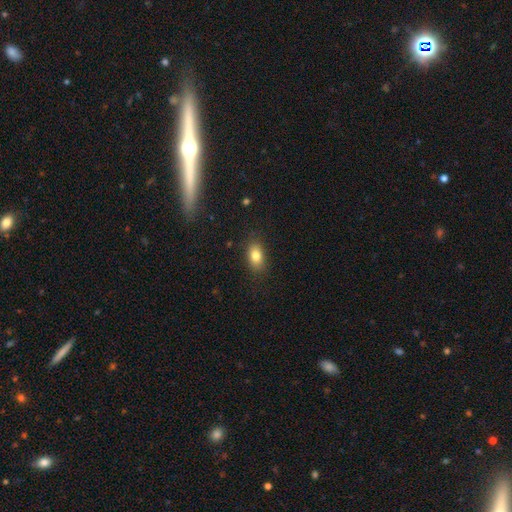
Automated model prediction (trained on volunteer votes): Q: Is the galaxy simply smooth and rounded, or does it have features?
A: smooth — 82%.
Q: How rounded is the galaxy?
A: in between — 86%.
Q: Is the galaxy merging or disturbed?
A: none — 84%.